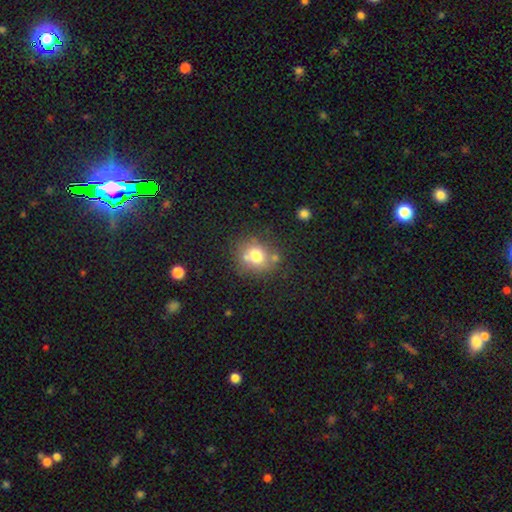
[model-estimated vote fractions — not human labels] smooth-or-featured: smooth: 72% | featured or disk: 15% | star or artifact: 13%
  how-rounded: round: 74% | in between: 25% | cigar-shaped: 1%
  merging: none: 62% | merger: 17% | minor disturbance: 15% | major disturbance: 6%